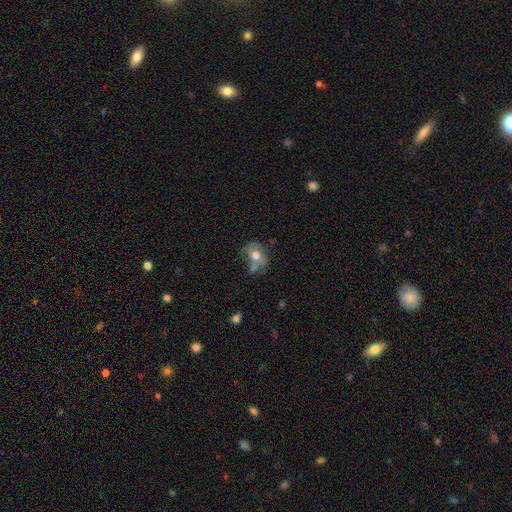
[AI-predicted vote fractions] Smooth or featured: smooth — 46% (featured or disk — 43%)
Merging: none — 32% (minor disturbance — 24%)